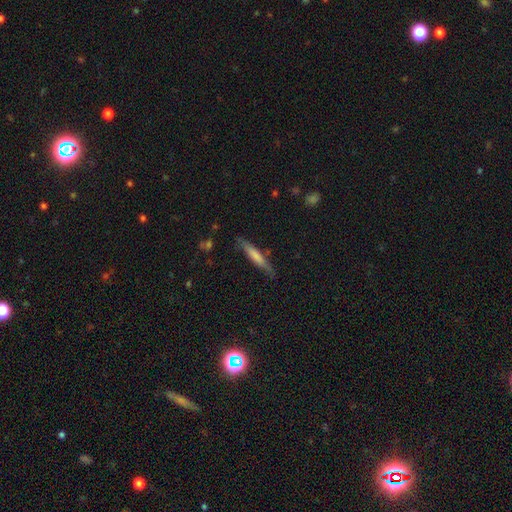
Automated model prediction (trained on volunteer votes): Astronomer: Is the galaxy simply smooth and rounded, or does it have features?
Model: smooth — 65%.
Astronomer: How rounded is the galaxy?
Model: cigar-shaped — 91%.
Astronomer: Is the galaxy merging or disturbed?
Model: none — 80%.